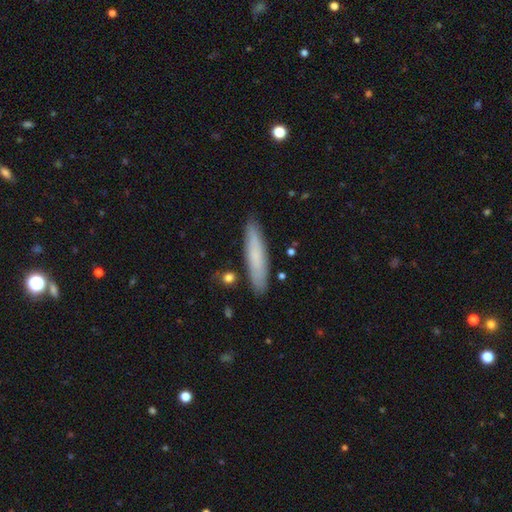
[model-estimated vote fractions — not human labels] smooth_or_featured: smooth (p=0.70) [alt: featured or disk p=0.23]
how_rounded: cigar-shaped (p=0.88) [alt: in between p=0.11]
merging: none (p=0.87) [alt: minor disturbance p=0.09]